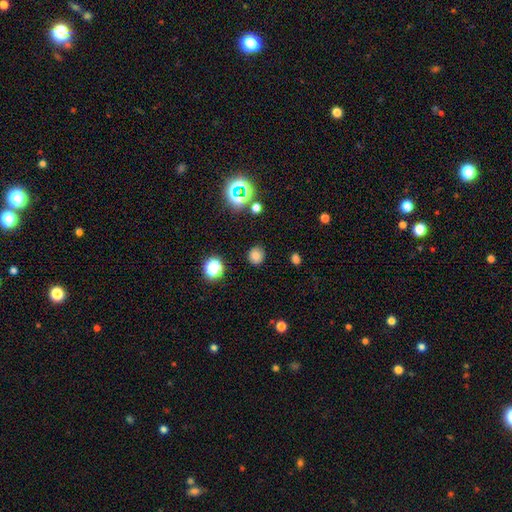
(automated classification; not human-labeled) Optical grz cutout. It shows a smooth galaxy with no disk features (76%) that is round (86%). Merging: none (88%).